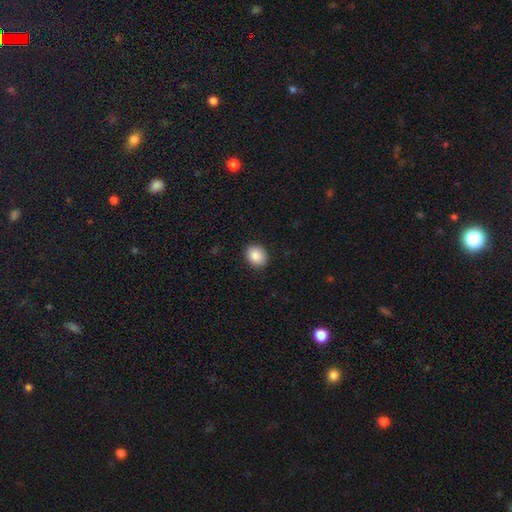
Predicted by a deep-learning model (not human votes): A smooth galaxy with no disk features (88%) that is round (60%). Merging: none (90%).